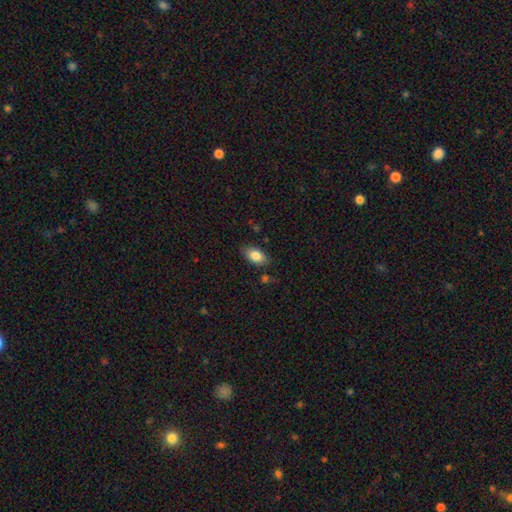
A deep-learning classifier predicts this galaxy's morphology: A smooth galaxy with no disk features (84%) that is in between round and cigar-shaped (92%). Merging: none (81%).